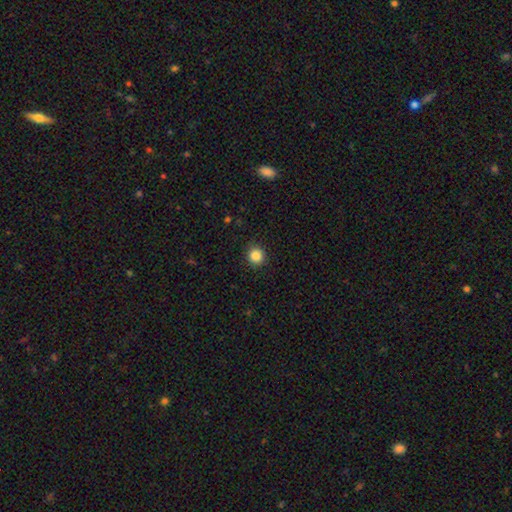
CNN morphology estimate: Smooth or featured: smooth — 85% (star or artifact — 10%)
How rounded: round — 92% (in between — 7%)
Merging: none — 90% (minor disturbance — 7%)